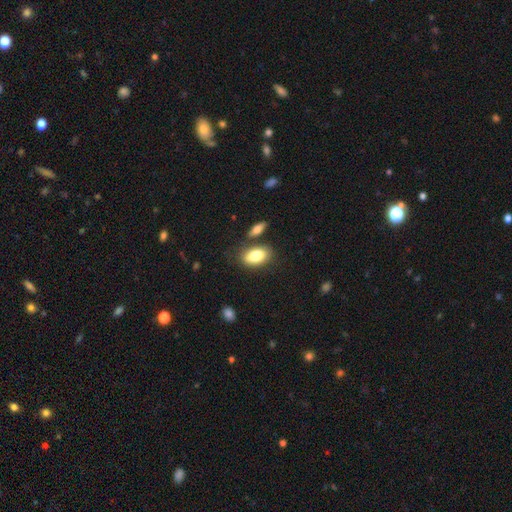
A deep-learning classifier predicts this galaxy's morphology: type=smooth (82%); roundness=in between (91%); merging=none (72%).